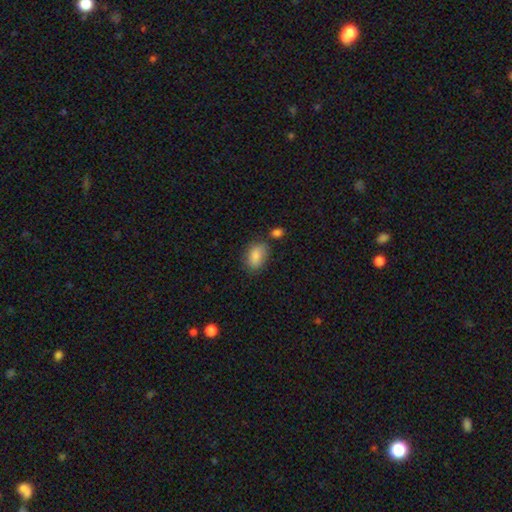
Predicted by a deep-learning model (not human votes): This is clearly a smooth galaxy (84%). How rounded: clearly in between (84%). Merging: likely none (71%).